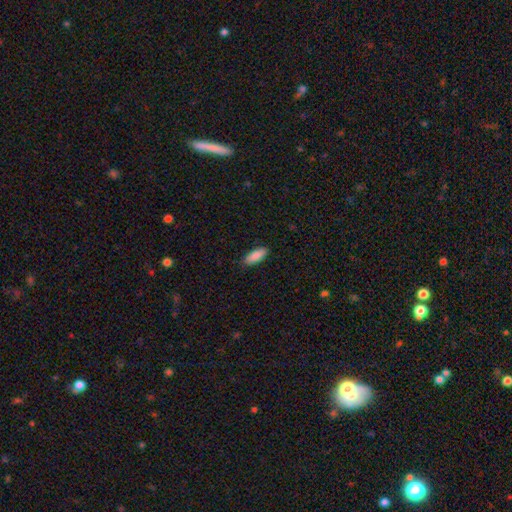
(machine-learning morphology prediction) The model was most divided on "how rounded": in between: 69%, cigar-shaped: 29%, round: 2%. More confident: merging — none (88%); smooth or featured — smooth (88%).